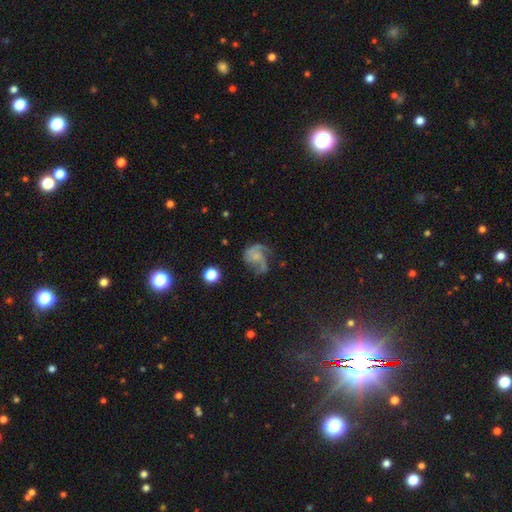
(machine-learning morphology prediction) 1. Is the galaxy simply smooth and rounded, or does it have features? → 70% featured or disk, 20% smooth, 10% star or artifact.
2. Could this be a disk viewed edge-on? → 98% no, 2% yes.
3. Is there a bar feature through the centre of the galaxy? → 74% no, 22% weak, 4% strong.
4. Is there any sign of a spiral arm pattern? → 89% yes, 11% no.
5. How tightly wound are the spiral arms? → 45% medium, 34% loose, 21% tight.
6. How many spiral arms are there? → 35% 2, 29% 3, 14% can't tell, 13% 1, 5% 4, 4% more than 4.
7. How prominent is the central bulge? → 43% none, 37% small, 15% moderate, 3% large, 2% dominant.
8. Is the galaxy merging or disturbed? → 45% none, 29% major disturbance, 23% minor disturbance, 3% merger.